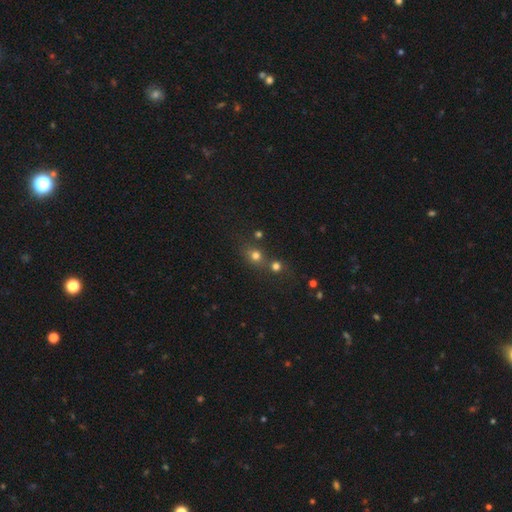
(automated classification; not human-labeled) This appears to be a smooth galaxy with no disk features (69%) that is round (75%). Merging: none (52%).